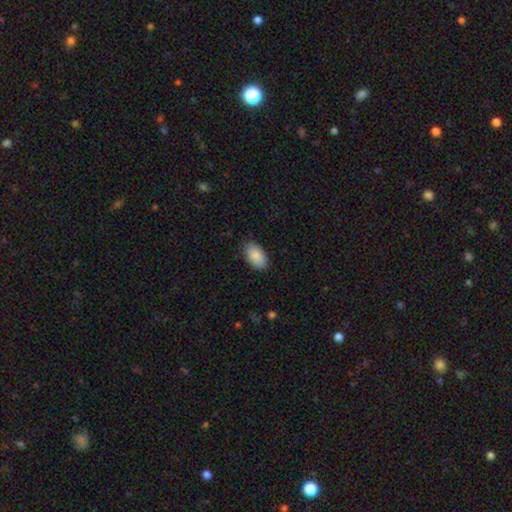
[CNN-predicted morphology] A smooth galaxy with no disk features (89%) that is in between round and cigar-shaped (95%).

Vote fractions:
- Smooth or featured? smooth: 89% / star or artifact: 6% / featured or disk: 5%
- How rounded? in between: 95% / round: 3% / cigar-shaped: 2%
- Merging? none: 85% / minor disturbance: 12% / major disturbance: 2% / merger: 1%